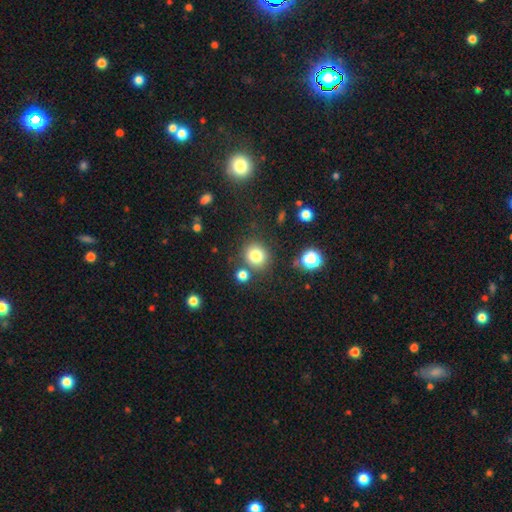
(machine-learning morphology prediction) Smooth or featured?
  - smooth: 79% *
  - star or artifact: 14%
  - featured or disk: 7%
How rounded?
  - round: 85% *
  - in between: 14%
  - cigar-shaped: 1%
Merging?
  - none: 80% *
  - minor disturbance: 9%
  - merger: 7%
  - major disturbance: 3%